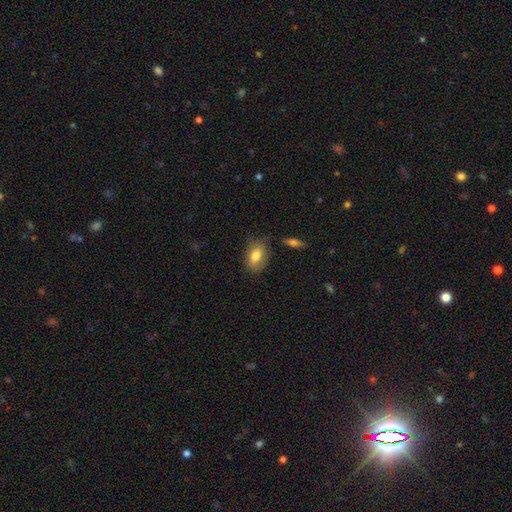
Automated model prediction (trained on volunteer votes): Smooth or featured: smooth — 79% (featured or disk — 13%)
How rounded: in between — 85% (round — 12%)
Merging: none — 73% (minor disturbance — 19%)